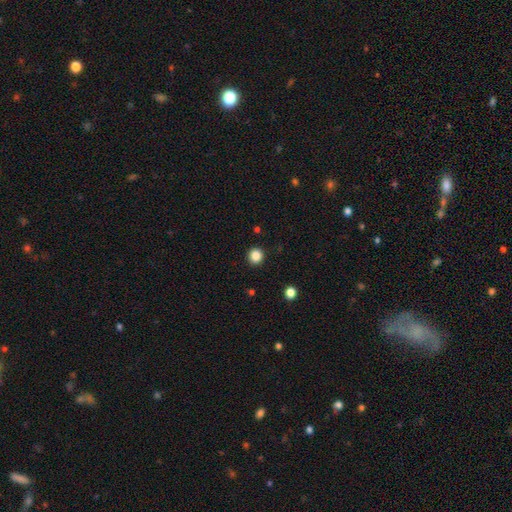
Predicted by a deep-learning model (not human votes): A smooth galaxy with no disk features (86%) that is round (92%). Merging: none (92%).